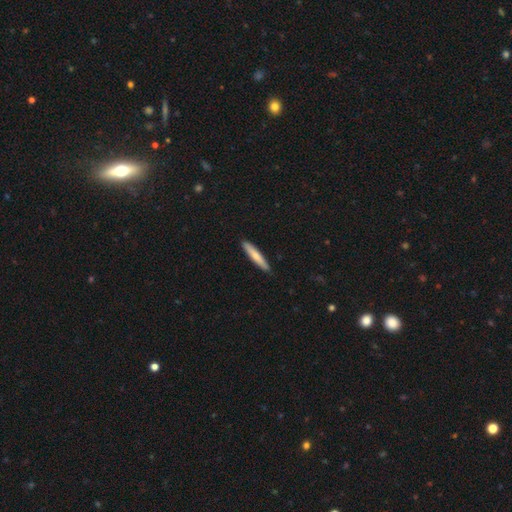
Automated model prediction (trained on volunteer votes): Smooth or featured? Predicted: smooth (p=0.70). How rounded? Predicted: cigar-shaped (p=0.91). Merging? Predicted: none (p=0.91).